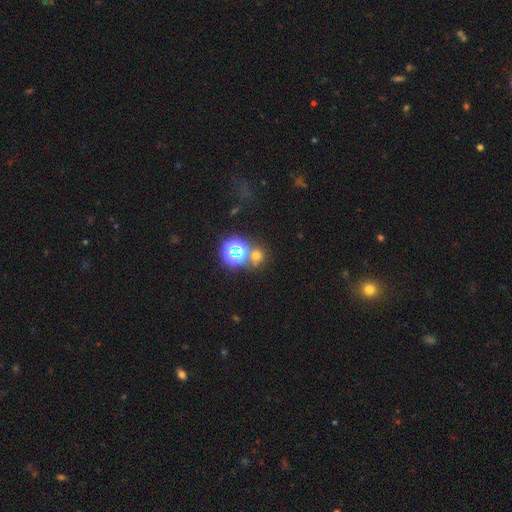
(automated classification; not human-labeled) The model was most divided on "smooth or featured": smooth: 53%, star or artifact: 39%, featured or disk: 8%. More confident: how rounded — round (83%); merging — none (65%).